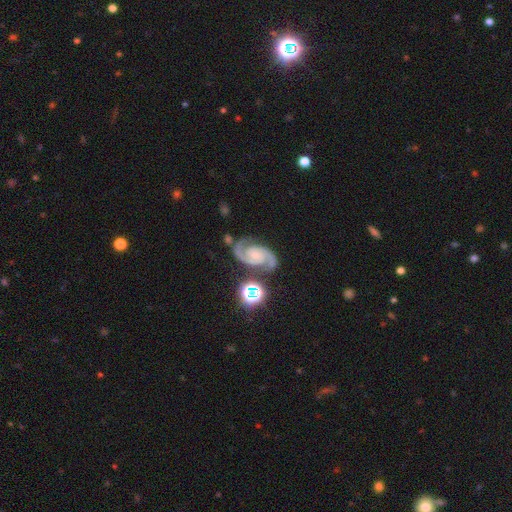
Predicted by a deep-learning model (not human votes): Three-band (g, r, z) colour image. It shows a featured or disk galaxy (91%) with no bar (56%), 2 (94%) medium (53%) spiral arms (99%) and a small central bulge (58%). Merging: none (77%).